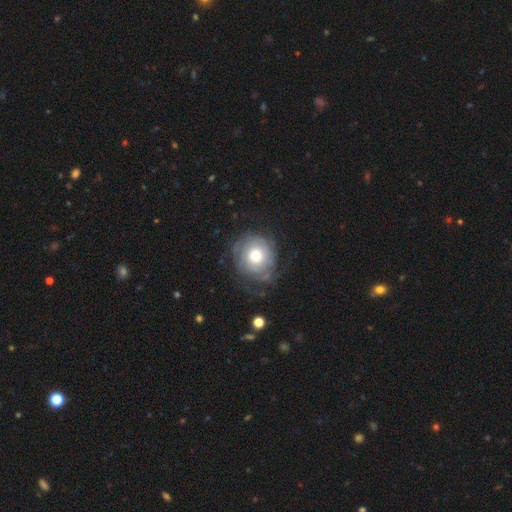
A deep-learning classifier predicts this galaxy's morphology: Smooth or featured?
  - featured or disk: 63% *
  - smooth: 29%
  - star or artifact: 8%
Edge-on disk?
  - no: 97% *
  - yes: 3%
Bar?
  - no: 85% *
  - weak: 13%
  - strong: 2%
Spiral arms?
  - yes: 79% *
  - no: 21%
Bulge size?
  - moderate: 57% *
  - large: 33%
  - small: 6%
  - dominant: 3%
  - none: 1%
Merging?
  - none: 64% *
  - minor disturbance: 20%
  - major disturbance: 14%
  - merger: 1%